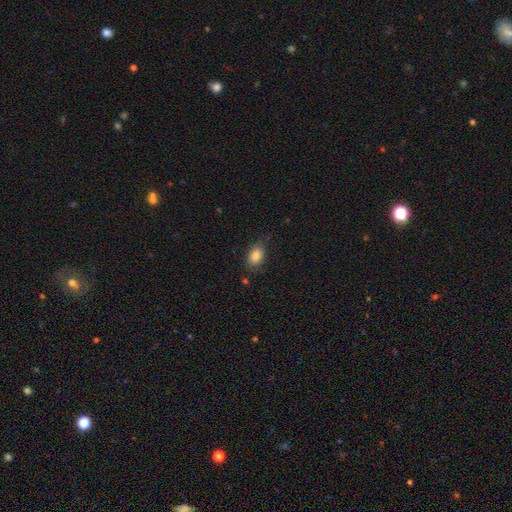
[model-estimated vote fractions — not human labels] Q: Smooth or featured?
A: smooth (85%); runner-up: star or artifact (9%)
Q: How rounded?
A: in between (81%); runner-up: round (17%)
Q: Merging?
A: none (78%); runner-up: minor disturbance (17%)